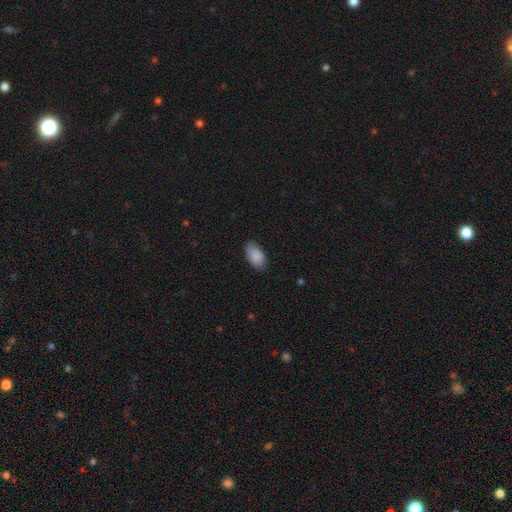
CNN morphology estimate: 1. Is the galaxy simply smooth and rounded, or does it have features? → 89% smooth, 7% star or artifact, 4% featured or disk.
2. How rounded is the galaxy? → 94% in between, 4% round, 2% cigar-shaped.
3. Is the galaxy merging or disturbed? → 81% none, 15% minor disturbance, 3% major disturbance, 1% merger.